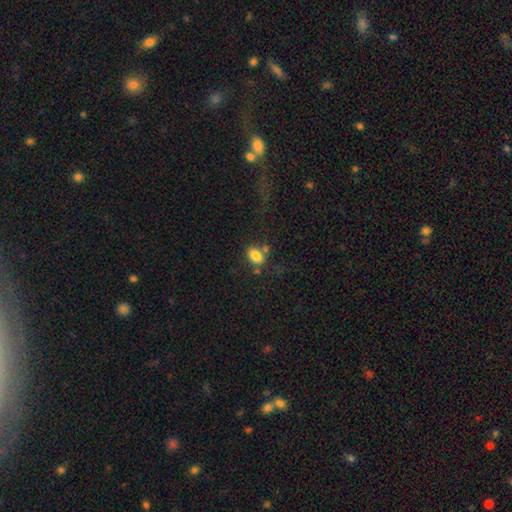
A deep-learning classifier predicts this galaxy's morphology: Smooth or featured: smooth — 81% (star or artifact — 10%)
How rounded: in between — 80% (round — 18%)
Merging: none — 57% (merger — 19%)